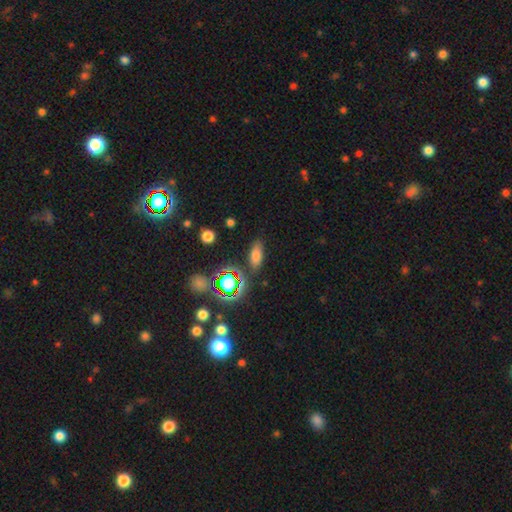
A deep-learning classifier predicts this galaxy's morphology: Smooth or featured?
  - smooth: 69% *
  - star or artifact: 19%
  - featured or disk: 12%
How rounded?
  - in between: 77% *
  - cigar-shaped: 16%
  - round: 7%
Merging?
  - none: 80% *
  - minor disturbance: 13%
  - major disturbance: 4%
  - merger: 4%